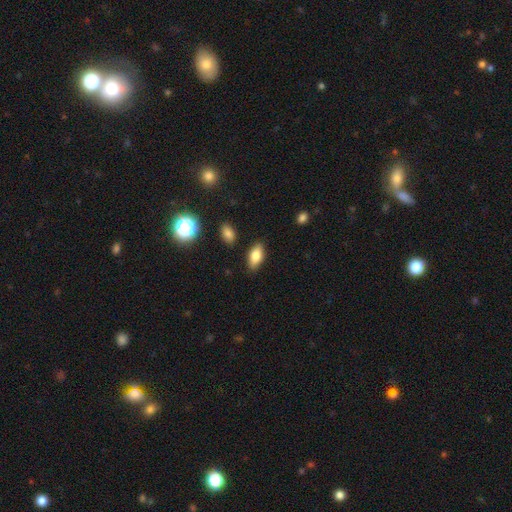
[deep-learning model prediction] Smooth or featured? smooth (78%)
How rounded? in between (88%)
Merging? none (86%)